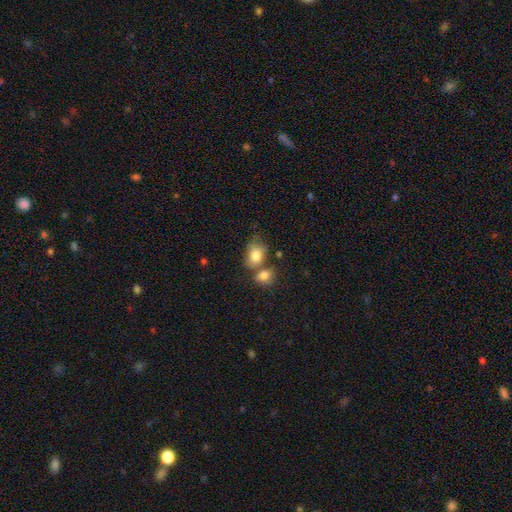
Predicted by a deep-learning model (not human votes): A smooth galaxy with no disk features (81%) that is in between round and cigar-shaped (69%). Merging: merger (41%).